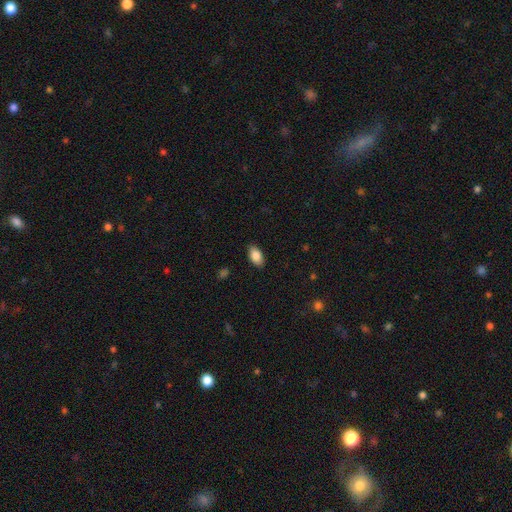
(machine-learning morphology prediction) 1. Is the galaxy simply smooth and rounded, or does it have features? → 86% smooth, 8% featured or disk, 7% star or artifact.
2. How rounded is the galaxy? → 93% in between, 4% round, 3% cigar-shaped.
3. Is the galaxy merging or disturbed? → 87% none, 10% minor disturbance, 2% major disturbance, 1% merger.